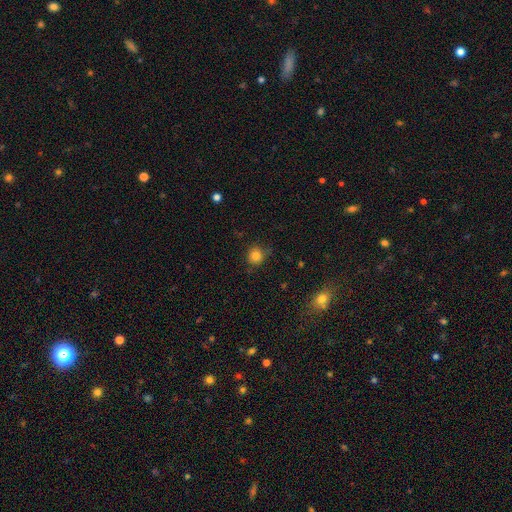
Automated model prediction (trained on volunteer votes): Overall: smooth (83%). How rounded: round (89%). Merging: none (78%).